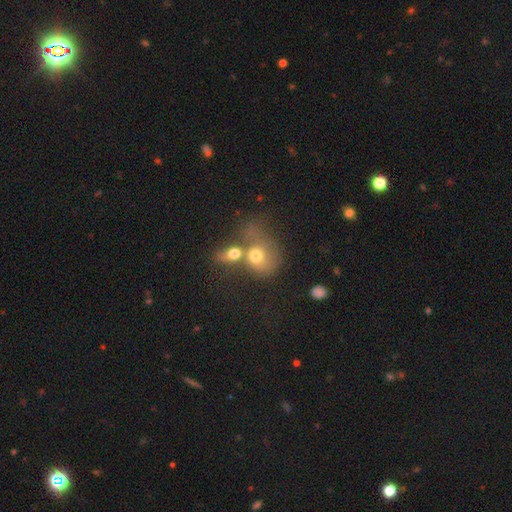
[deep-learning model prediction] A smooth galaxy with no disk features (66%) that is round (52%). Merging: merger (64%).